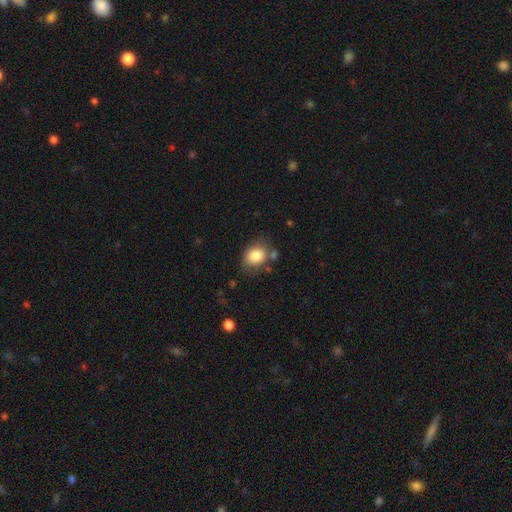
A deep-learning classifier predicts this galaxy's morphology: Smooth or featured? Predicted: smooth (p=0.83). How rounded? Predicted: in between (p=0.59). Merging? Predicted: none (p=0.68).